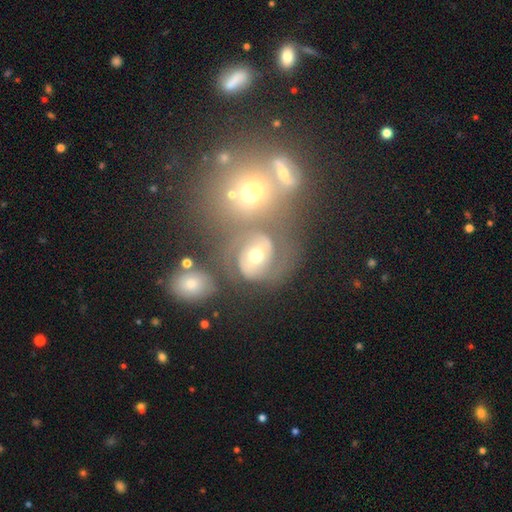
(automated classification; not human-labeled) A featured or disk galaxy (70%) with a weak bar (40%), 2 (85%) medium (50%) spiral arms (88%) and a moderate central bulge (65%).

Vote fractions:
- Smooth or featured? featured or disk: 70% / smooth: 20% / star or artifact: 10%
- Edge-on disk? no: 97% / yes: 3%
- Bar? weak: 40% / no: 39% / strong: 21%
- Spiral arms? yes: 88% / no: 12%
- Spiral winding? medium: 50% / tight: 35% / loose: 14%
- Spiral arm count? 2: 85% / can't tell: 6% / 1: 3% / 3: 3% / 4: 1% / more than 4: 1%
- Bulge size? moderate: 65% / small: 26% / large: 5% / none: 2% / dominant: 1%
- Merging? none: 49% / merger: 27% / minor disturbance: 14% / major disturbance: 10%